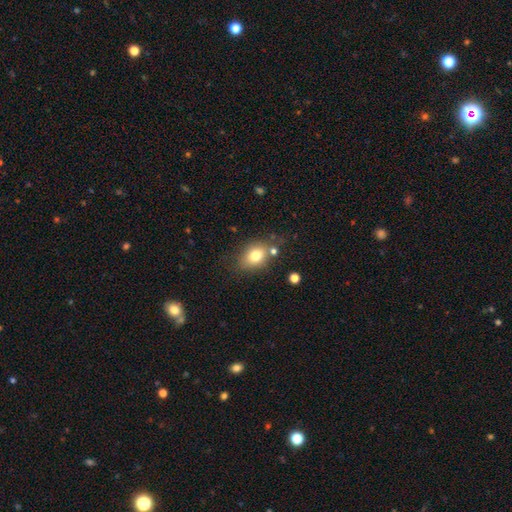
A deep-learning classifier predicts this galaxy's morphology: Smooth or featured: smooth — 77% (featured or disk — 13%)
How rounded: in between — 66% (round — 33%)
Merging: none — 68% (minor disturbance — 17%)